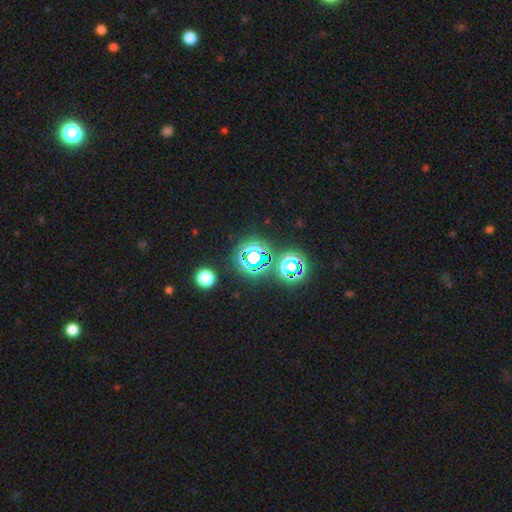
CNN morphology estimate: Smooth or featured? Predicted: star or artifact (p=0.73).